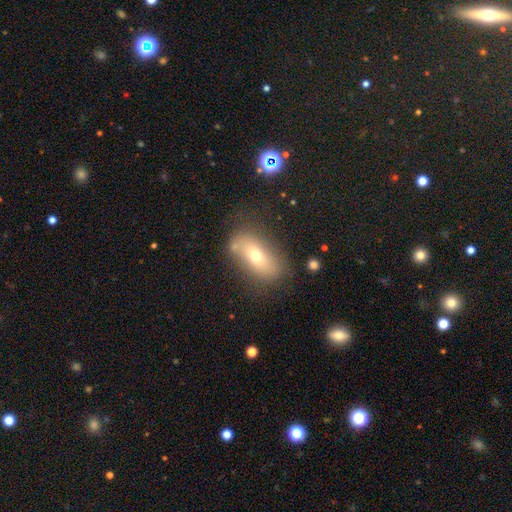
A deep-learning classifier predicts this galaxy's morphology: The model was most divided on "smooth or featured": smooth: 61%, featured or disk: 28%, star or artifact: 11%. More confident: how rounded — in between (84%); merging — none (71%).